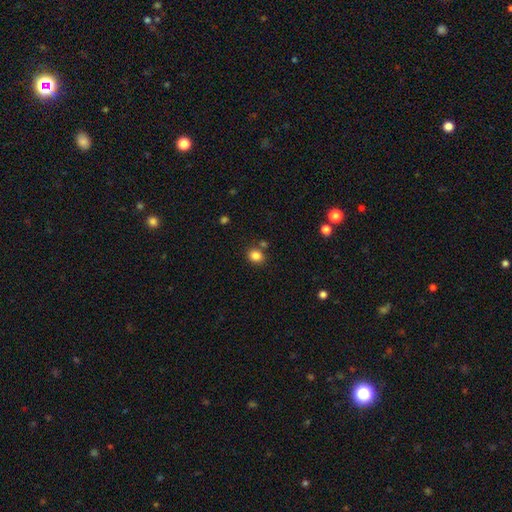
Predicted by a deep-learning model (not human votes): Smooth or featured? Predicted: smooth (p=0.84). How rounded? Predicted: round (p=0.64). Merging? Predicted: none (p=0.78).